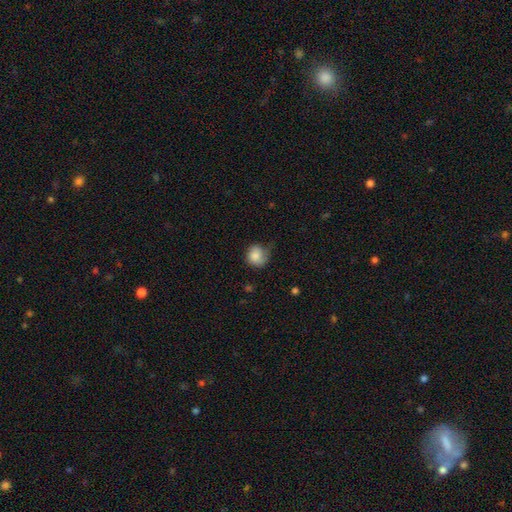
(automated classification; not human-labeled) This appears to be a smooth galaxy with no disk features (79%) that is round (77%). Merging: none (52%).